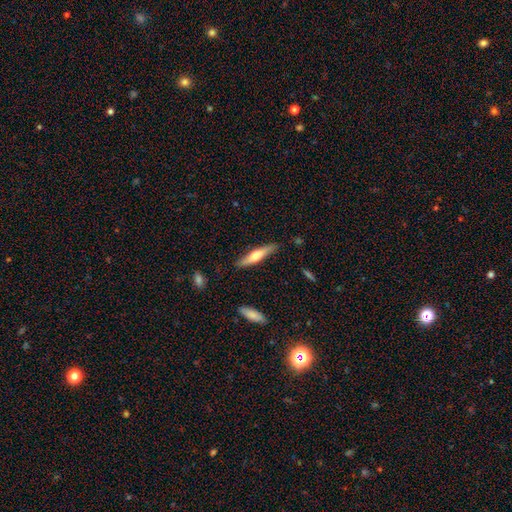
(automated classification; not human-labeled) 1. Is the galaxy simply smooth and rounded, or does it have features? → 50% smooth, 45% featured or disk, 5% star or artifact.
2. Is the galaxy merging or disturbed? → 85% none, 11% minor disturbance, 2% major disturbance, 2% merger.